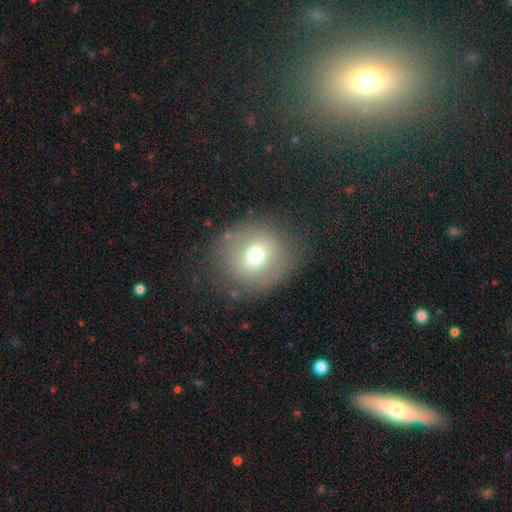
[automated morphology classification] smooth-or-featured: smooth: 64% | featured or disk: 22% | star or artifact: 14%
  how-rounded: round: 90% | in between: 9% | cigar-shaped: 1%
  merging: none: 81% | minor disturbance: 11% | major disturbance: 6% | merger: 2%